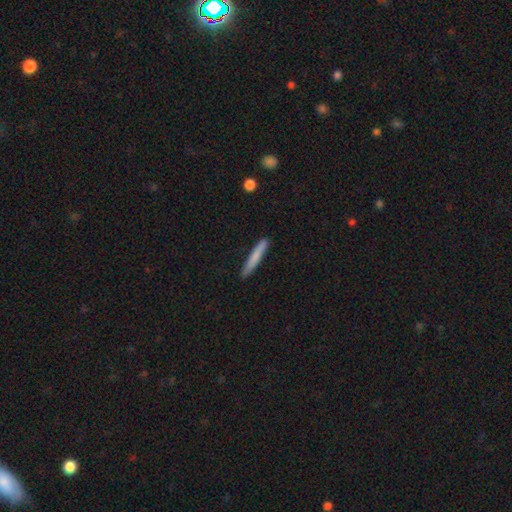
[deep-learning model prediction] smooth_or_featured: smooth (p=0.75) [alt: featured or disk p=0.19]
how_rounded: cigar-shaped (p=0.95) [alt: in between p=0.04]
merging: none (p=0.88) [alt: minor disturbance p=0.09]